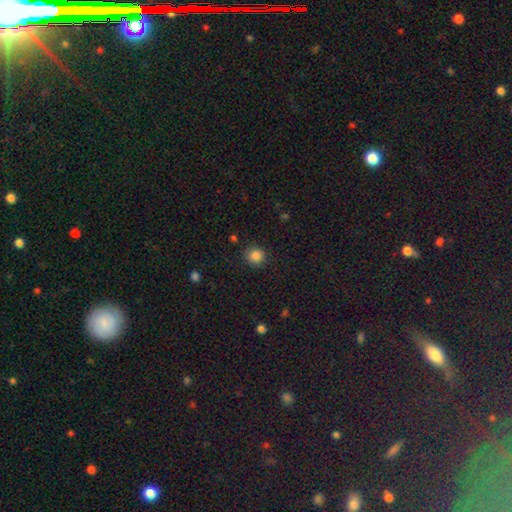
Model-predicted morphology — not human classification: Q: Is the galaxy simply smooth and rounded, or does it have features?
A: smooth — 85%.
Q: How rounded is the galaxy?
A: round — 91%.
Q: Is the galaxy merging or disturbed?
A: none — 88%.